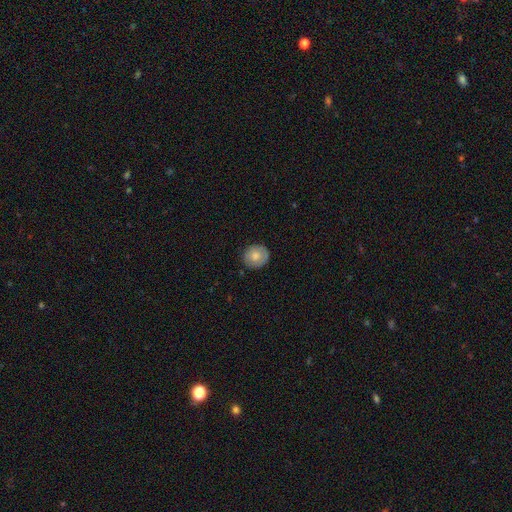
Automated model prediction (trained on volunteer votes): The model was most divided on "smooth or featured": smooth: 75%, featured or disk: 18%, star or artifact: 7%. More confident: how rounded — round (87%); merging — none (85%).